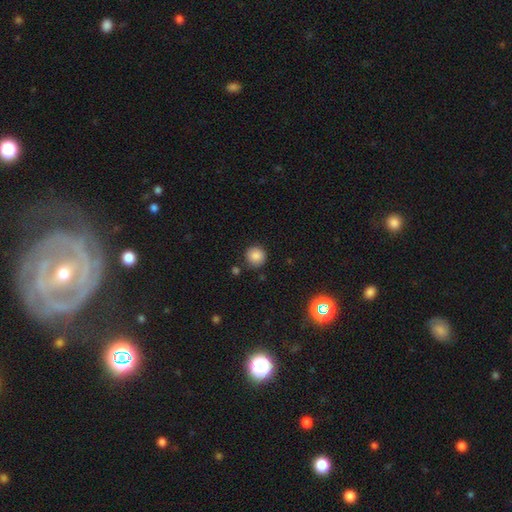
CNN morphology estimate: The model was most divided on "merging": none: 85%, minor disturbance: 9%, merger: 4%, major disturbance: 2%. More confident: how rounded — round (94%); smooth or featured — smooth (86%).